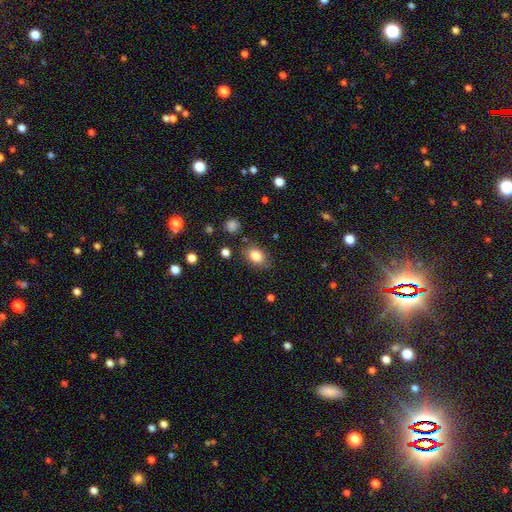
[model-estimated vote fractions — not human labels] A smooth galaxy with no disk features (83%) that is in between round and cigar-shaped (74%). Merging: none (80%).